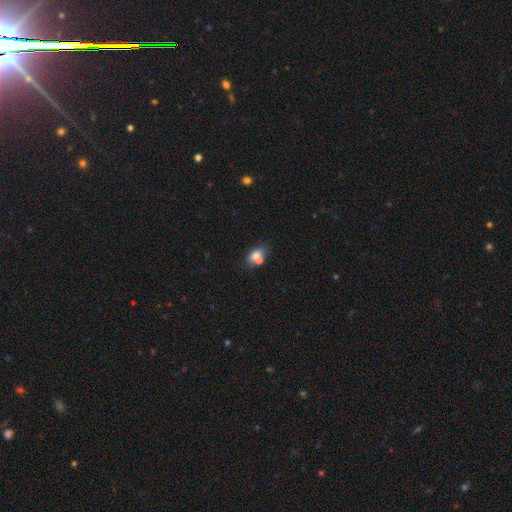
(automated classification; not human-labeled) A smooth galaxy with no disk features (70%) that is in between round and cigar-shaped (73%). Merging: none (43%).